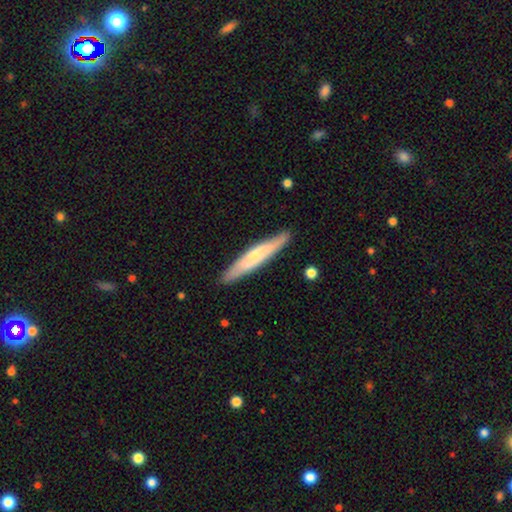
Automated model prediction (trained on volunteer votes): smooth-or-featured: smooth: 52% | featured or disk: 43% | star or artifact: 5%
  how-rounded: cigar-shaped: 92% | in between: 7% | round: 1%
  merging: none: 87% | minor disturbance: 10% | major disturbance: 2% | merger: 1%